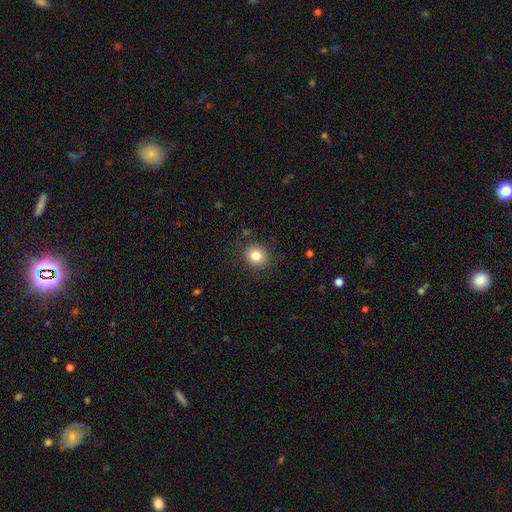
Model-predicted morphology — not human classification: smooth 82%, star or artifact 11%, featured or disk 7%. Down the decision tree: how rounded — round (84%); merging — none (88%).